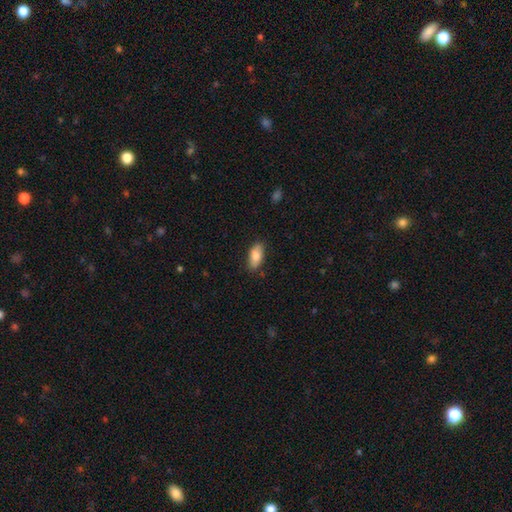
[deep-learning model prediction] Overall: smooth (80%). How rounded: in between (89%). Merging: none (84%).